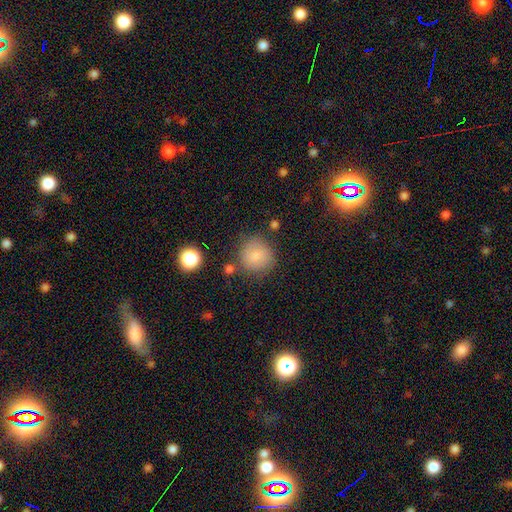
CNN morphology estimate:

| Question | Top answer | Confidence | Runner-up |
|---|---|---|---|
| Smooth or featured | smooth | 81% | star or artifact (10%) |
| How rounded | round | 90% | in between (9%) |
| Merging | none | 75% | minor disturbance (15%) |